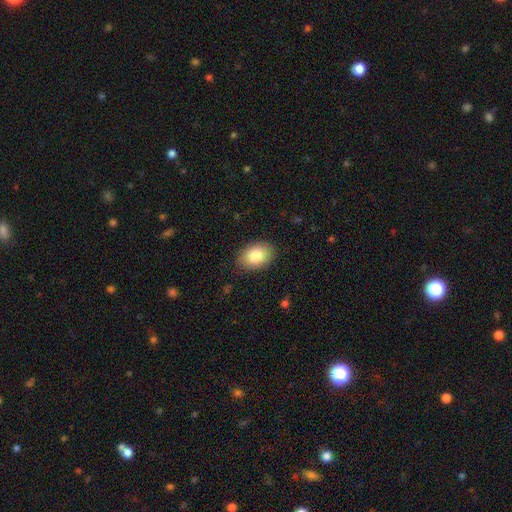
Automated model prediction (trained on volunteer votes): smooth_or_featured: smooth (p=0.82) [alt: featured or disk p=0.10]
how_rounded: in between (p=0.84) [alt: round p=0.15]
merging: none (p=0.87) [alt: minor disturbance p=0.10]